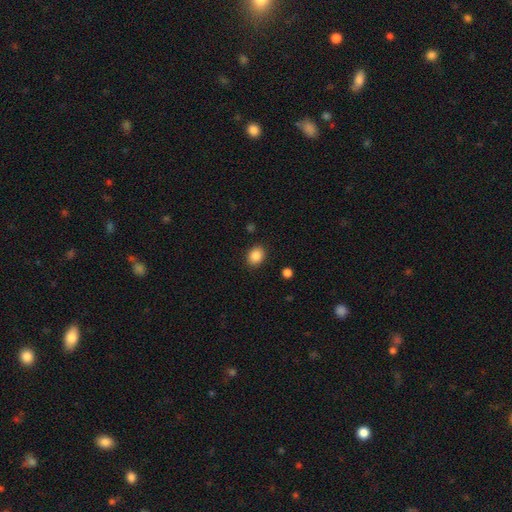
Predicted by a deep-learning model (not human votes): This appears to be a smooth galaxy with no disk features (87%) that is in between round and cigar-shaped (52%). Merging: none (88%).